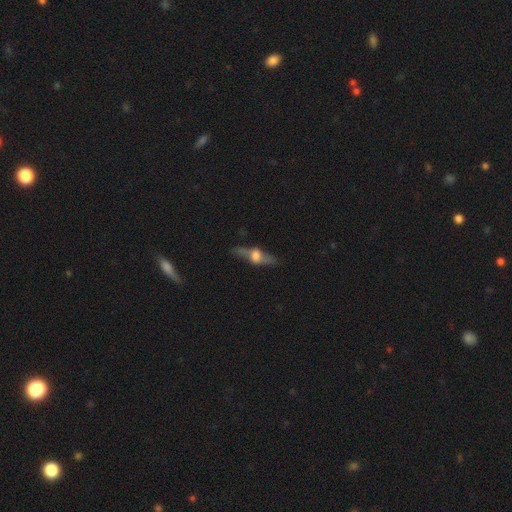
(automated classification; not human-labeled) This appears to be a featured or disk galaxy (70%) viewed edge-on (89%) with a rounded central bulge (92%). Merging: none (78%).